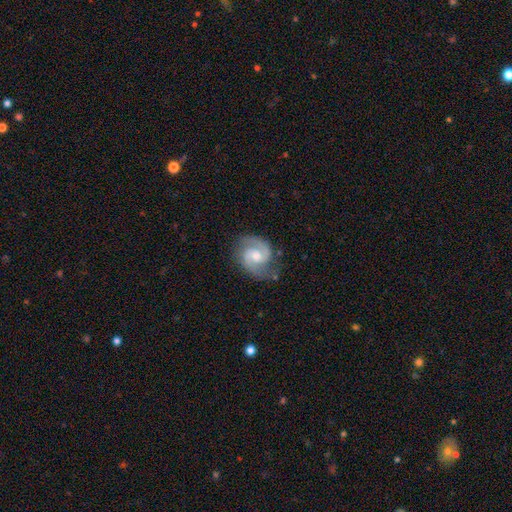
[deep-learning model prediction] This is clearly a featured or disk galaxy (88%). It is clearly not viewed edge-on (98%). Bar: possibly no (51%). Spiral arm pattern: clearly yes (98%). Spiral arm count: clearly 2 (92%). Spiral winding: possibly medium (56%). Central bulge: likely moderate (61%). Merging: likely none (76%).